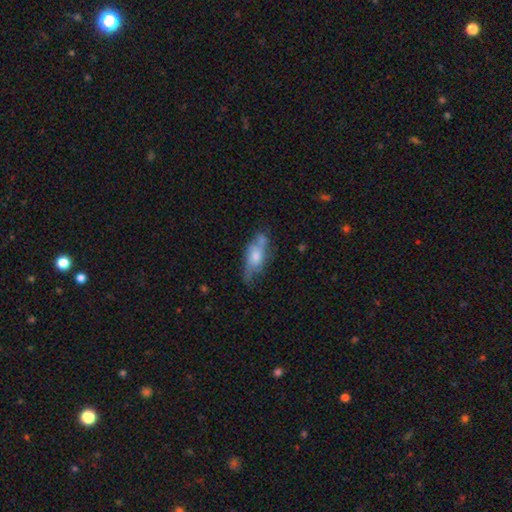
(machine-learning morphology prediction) Smooth or featured: smooth — 49% (featured or disk — 43%)
Merging: none — 46% (minor disturbance — 30%)